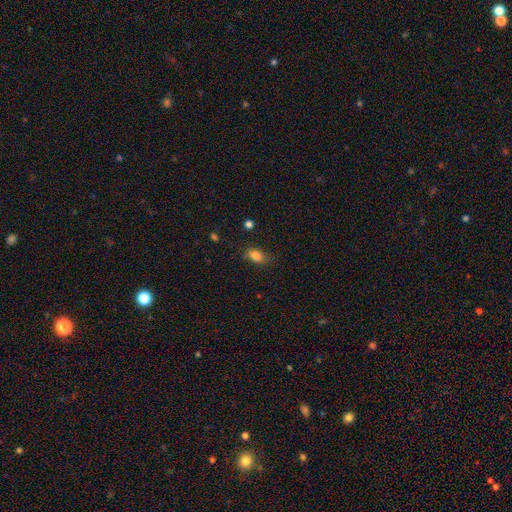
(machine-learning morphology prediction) Smooth or featured: smooth — 83% (star or artifact — 10%)
How rounded: in between — 78% (round — 19%)
Merging: none — 74% (minor disturbance — 20%)